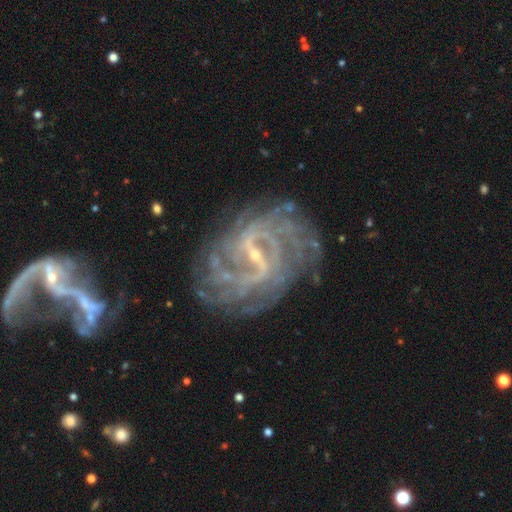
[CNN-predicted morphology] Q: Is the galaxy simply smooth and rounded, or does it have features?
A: featured or disk — 88%.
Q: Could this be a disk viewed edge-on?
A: no — 97%.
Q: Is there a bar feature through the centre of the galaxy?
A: weak — 45%.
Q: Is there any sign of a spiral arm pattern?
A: yes — 95%.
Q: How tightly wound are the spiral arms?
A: tight — 51%.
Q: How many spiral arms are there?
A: can't tell — 31%.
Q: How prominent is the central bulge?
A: small — 77%.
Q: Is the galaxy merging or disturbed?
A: none — 65%.